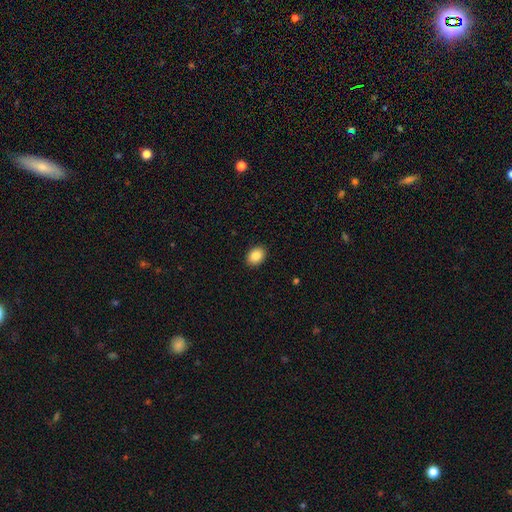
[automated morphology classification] smooth-or-featured: smooth: 88% | star or artifact: 8% | featured or disk: 4%
  how-rounded: in between: 64% | round: 35% | cigar-shaped: 1%
  merging: none: 91% | minor disturbance: 7% | major disturbance: 2% | merger: 1%